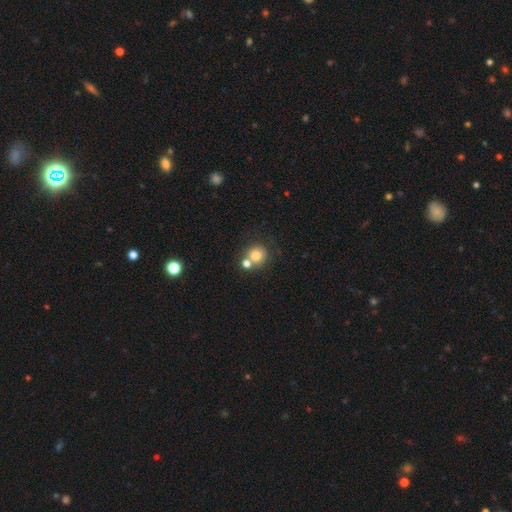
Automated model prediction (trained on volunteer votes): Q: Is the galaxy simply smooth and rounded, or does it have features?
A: smooth — 77%.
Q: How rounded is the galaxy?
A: round — 89%.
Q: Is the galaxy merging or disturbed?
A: none — 54%.